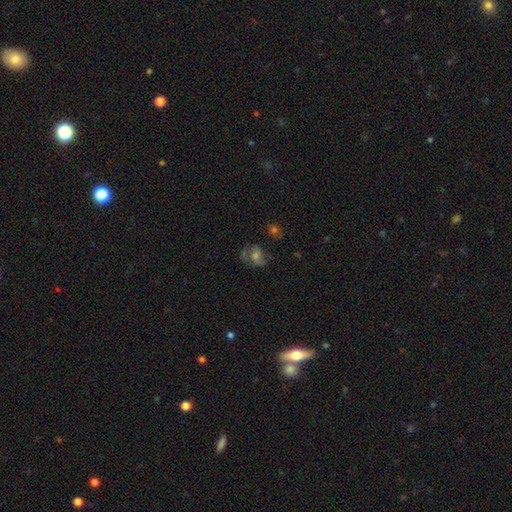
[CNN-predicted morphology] Overall: featured or disk (43%; smooth 41%). Merging: none (57%; minor disturbance 21%).